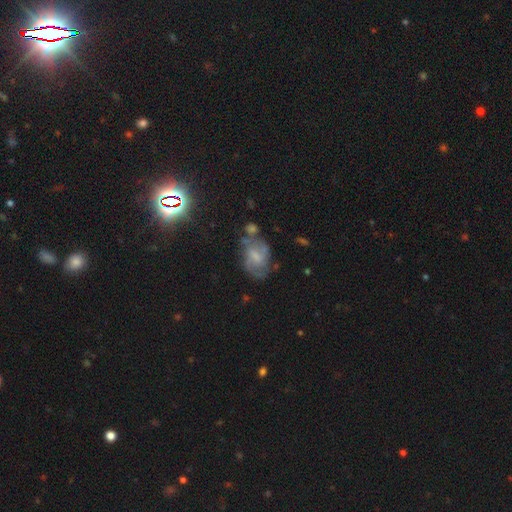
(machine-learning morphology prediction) The model was most divided on "bulge size": small: 36%, moderate: 32%, none: 26%, large: 5%, dominant: 1%. More confident: edge-on disk — no (96%); spiral arms — yes (76%); smooth or featured — featured or disk (60%); bar — weak (52%); merging — none (52%).